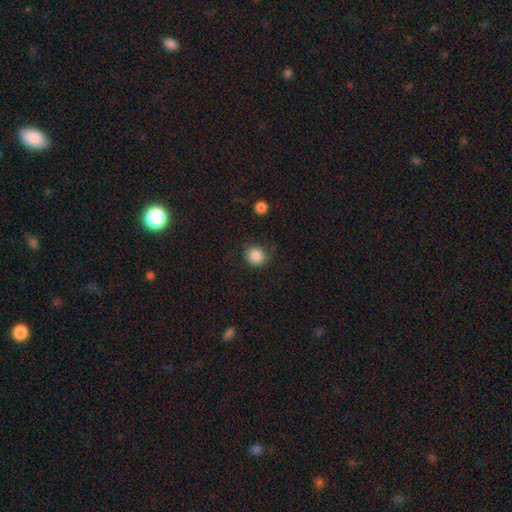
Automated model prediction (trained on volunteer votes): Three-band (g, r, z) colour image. It shows a smooth galaxy with no disk features (86%) that is round (86%). Merging: none (82%).